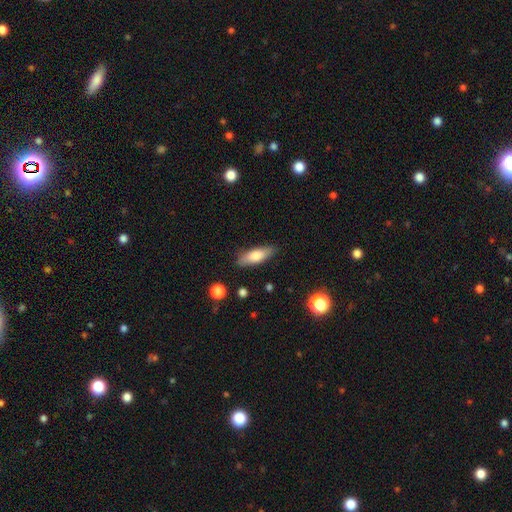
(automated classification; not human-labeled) Overall: smooth (73%). How rounded: in between (60%; cigar-shaped 38%). Merging: none (84%).